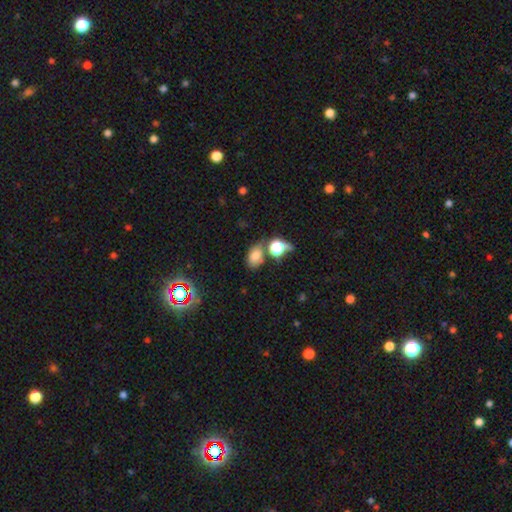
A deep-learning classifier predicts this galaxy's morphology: Smooth or featured? Predicted: smooth (p=0.74). How rounded? Predicted: in between (p=0.78). Merging? Predicted: none (p=0.59).